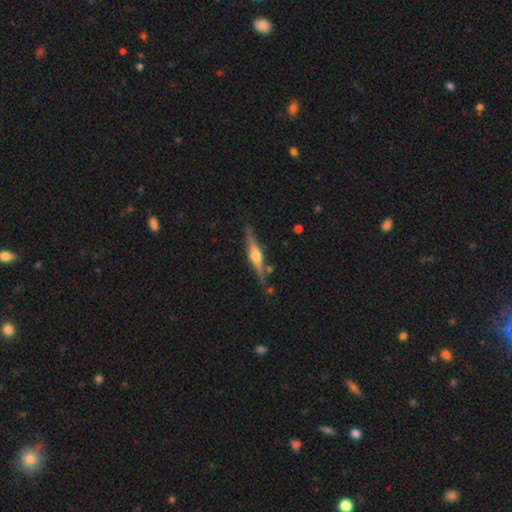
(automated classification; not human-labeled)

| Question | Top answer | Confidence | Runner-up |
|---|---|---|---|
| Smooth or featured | featured or disk | 77% | smooth (18%) |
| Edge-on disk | yes | 97% | no (3%) |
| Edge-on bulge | rounded | 91% | boxy (6%) |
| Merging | none | 83% | minor disturbance (11%) |